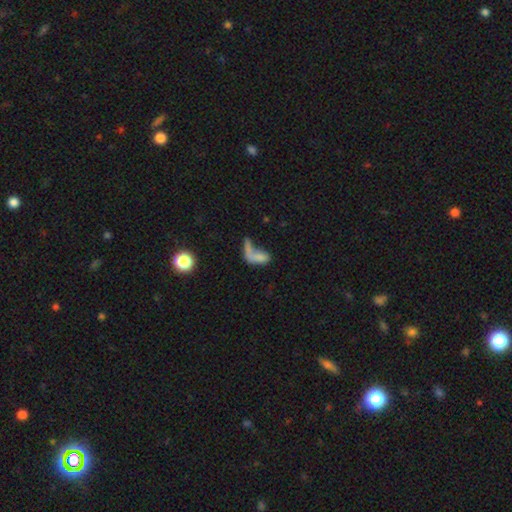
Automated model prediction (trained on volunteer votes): Overall: smooth (59%; featured or disk 28%). How rounded: in between (76%). Merging: major disturbance (34%; merger 31%).